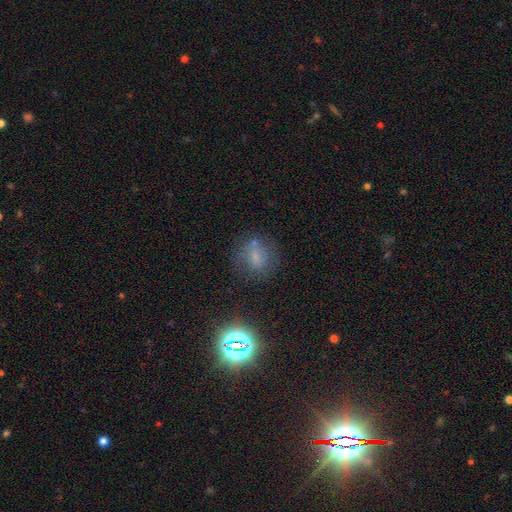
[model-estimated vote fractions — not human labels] A smooth galaxy with no disk features (52%) that is round (68%).

Vote fractions:
- Smooth or featured? smooth: 52% / star or artifact: 27% / featured or disk: 21%
- How rounded? round: 68% / in between: 30% / cigar-shaped: 2%
- Merging? none: 65% / minor disturbance: 18% / major disturbance: 9% / merger: 8%